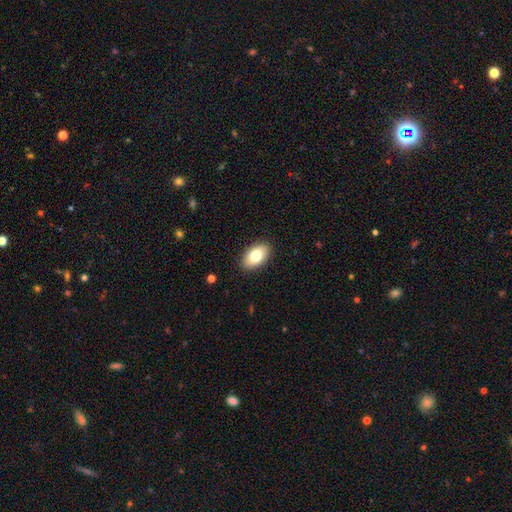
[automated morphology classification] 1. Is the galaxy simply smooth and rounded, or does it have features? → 80% smooth, 13% featured or disk, 7% star or artifact.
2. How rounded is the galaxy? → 93% in between, 6% round, 2% cigar-shaped.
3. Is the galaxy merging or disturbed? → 89% none, 8% minor disturbance, 2% major disturbance, 1% merger.